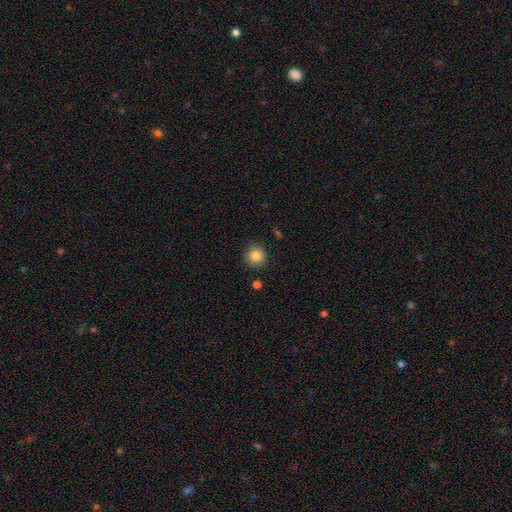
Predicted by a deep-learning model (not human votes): Smooth or featured? smooth (85%)
How rounded? round (94%)
Merging? none (88%)